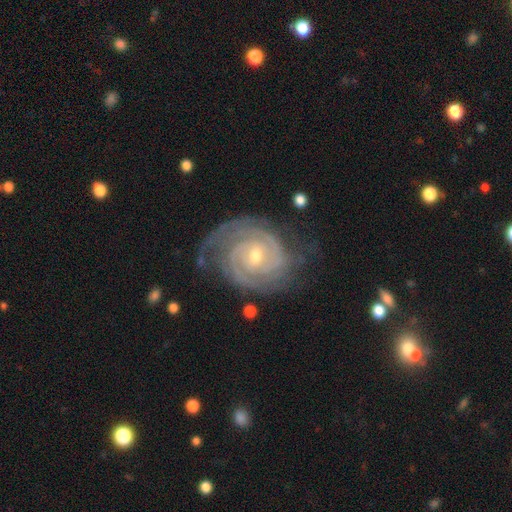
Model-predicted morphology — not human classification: smooth-or-featured: featured or disk: 92% | star or artifact: 4% | smooth: 4%
  disk-edge-on: no: 98% | yes: 2%
    bar: no: 51% | weak: 38% | strong: 11%
    has-spiral-arms: yes: 98% | no: 2%
      spiral-winding: tight: 80% | medium: 17% | loose: 3%
      spiral-arm-count: 2: 41% | 3: 24% | can't tell: 15% | 4: 9% | more than 4: 5% | 1: 5%
    bulge-size: small: 56% | moderate: 41% | large: 1% | none: 1% | dominant: 1%
  merging: none: 68% | minor disturbance: 21% | major disturbance: 9% | merger: 2%